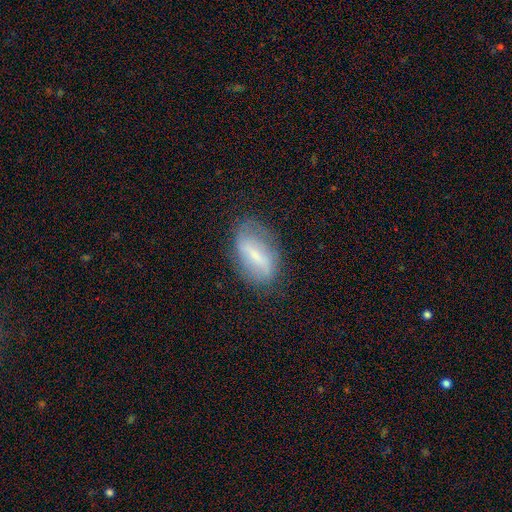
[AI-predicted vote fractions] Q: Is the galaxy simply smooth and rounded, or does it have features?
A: featured or disk — 52%.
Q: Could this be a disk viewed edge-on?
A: no — 90%.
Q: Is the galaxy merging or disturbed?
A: none — 69%.